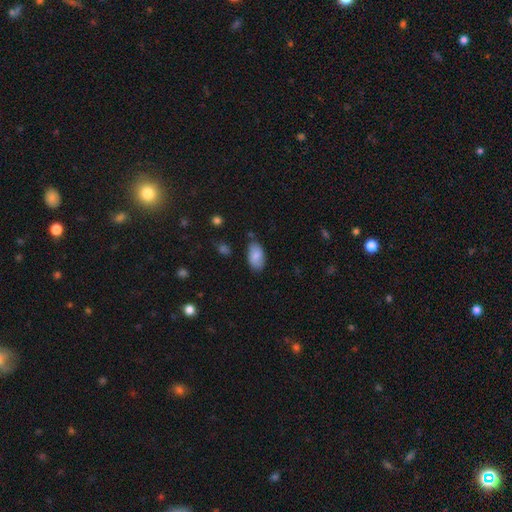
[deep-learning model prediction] The model was most divided on "merging": none: 76%, minor disturbance: 18%, major disturbance: 3%, merger: 3%. More confident: how rounded — in between (94%); smooth or featured — smooth (81%).